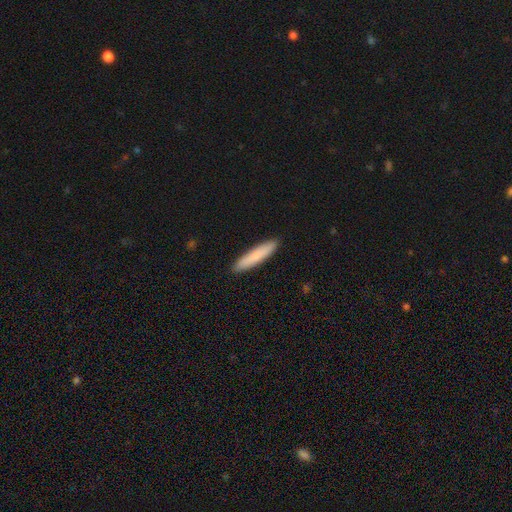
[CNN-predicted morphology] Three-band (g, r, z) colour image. It shows a smooth galaxy with no disk features (81%) that is cigar-shaped (90%). Merging: none (91%).